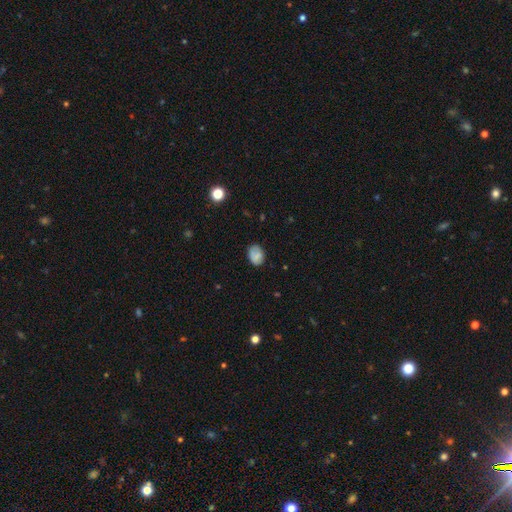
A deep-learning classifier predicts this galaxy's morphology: Overall: smooth (76%). How rounded: in between (75%). Merging: none (69%).